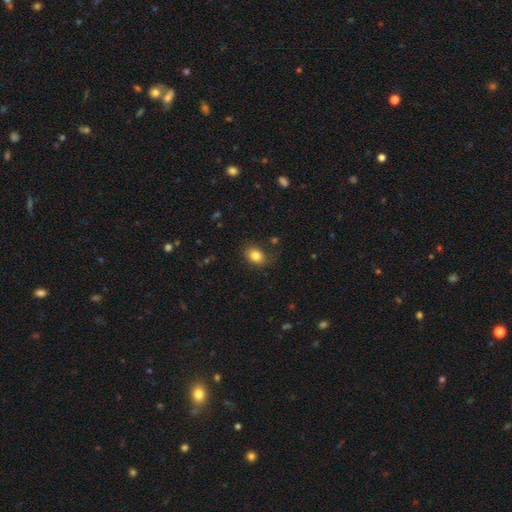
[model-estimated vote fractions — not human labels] Smooth or featured? Predicted: smooth (p=0.83). How rounded? Predicted: in between (p=0.62). Merging? Predicted: none (p=0.76).